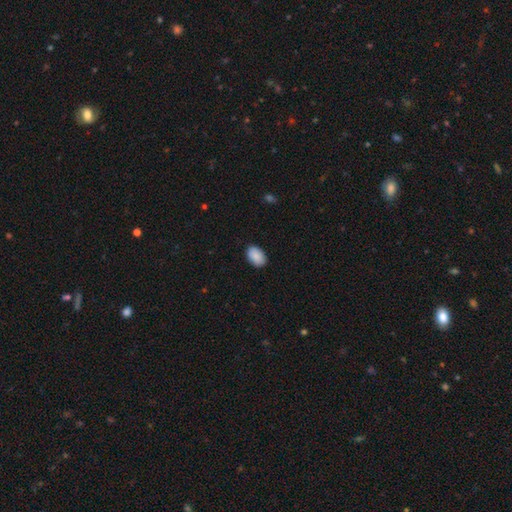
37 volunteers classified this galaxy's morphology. Smooth or featured? 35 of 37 (95%) said smooth. How rounded? 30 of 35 (86%) said in between. Merging? 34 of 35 (97%) said none.